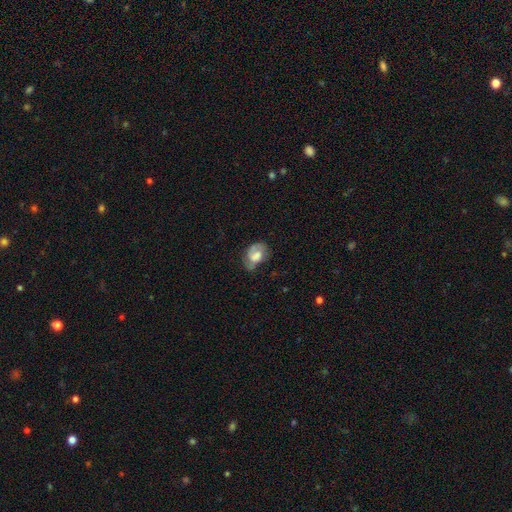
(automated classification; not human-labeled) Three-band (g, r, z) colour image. It shows a smooth galaxy with no disk features (54%) that is in between round and cigar-shaped (78%). Merging: none (41%).